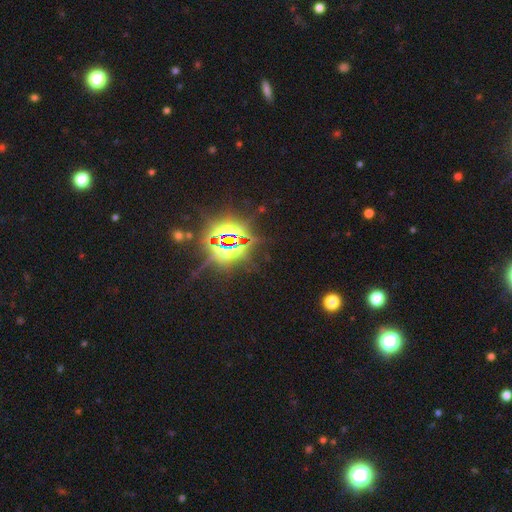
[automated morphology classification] smooth_or_featured: star or artifact (p=0.84) [alt: smooth p=0.10]